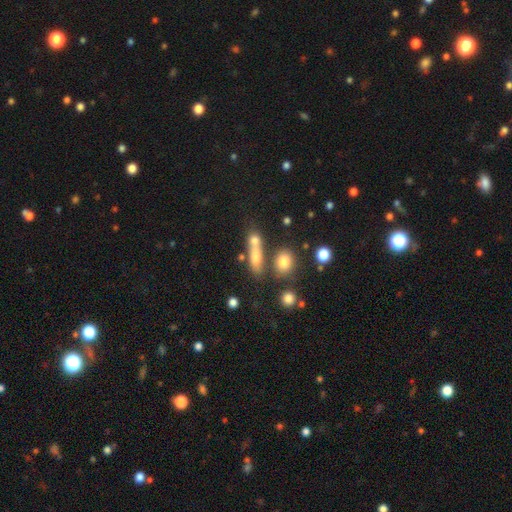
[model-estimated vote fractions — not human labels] Smooth or featured: smooth — 68% (featured or disk — 20%)
How rounded: in between — 45% (cigar-shaped — 38%)
Merging: none — 44% (merger — 37%)